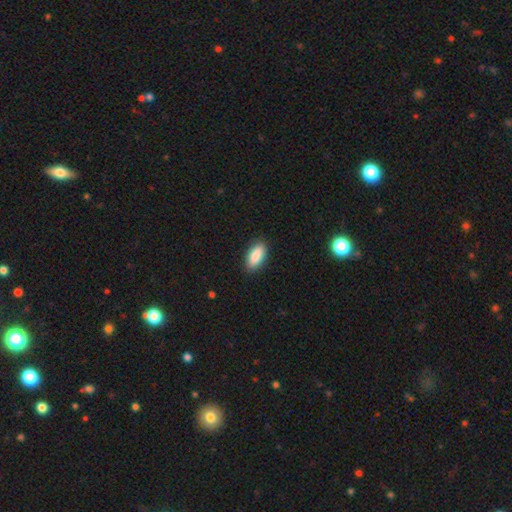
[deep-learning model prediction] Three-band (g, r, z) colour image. It shows a smooth galaxy with no disk features (88%) that is in between round and cigar-shaped (88%). Merging: none (88%).